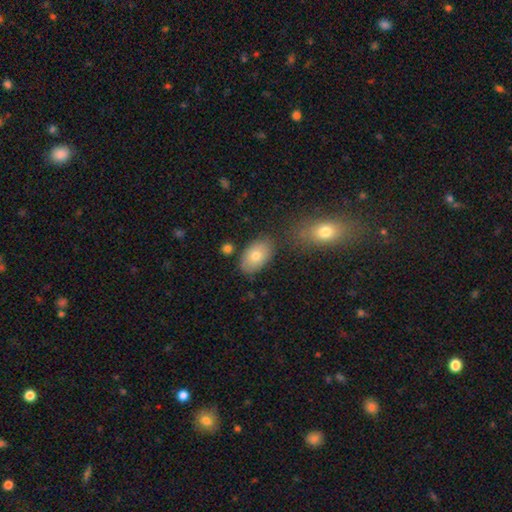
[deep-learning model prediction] Overall: smooth (77%). How rounded: in between (91%). Merging: none (77%).